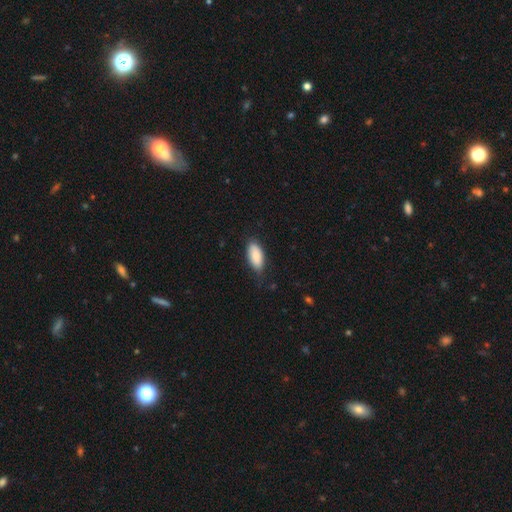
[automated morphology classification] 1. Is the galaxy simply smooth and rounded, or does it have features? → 88% smooth, 6% featured or disk, 6% star or artifact.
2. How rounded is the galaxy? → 90% in between, 8% cigar-shaped, 2% round.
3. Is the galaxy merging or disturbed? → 73% none, 22% minor disturbance, 4% major disturbance, 1% merger.